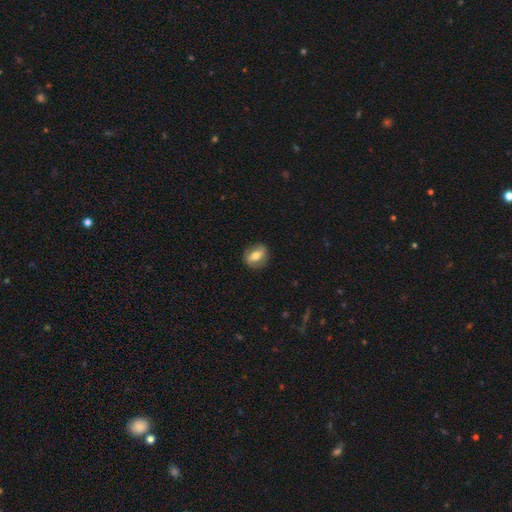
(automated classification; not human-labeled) smooth_or_featured: smooth (p=0.52) [alt: featured or disk p=0.41]
how_rounded: in between (p=0.58) [alt: round p=0.37]
merging: none (p=0.84) [alt: minor disturbance p=0.12]